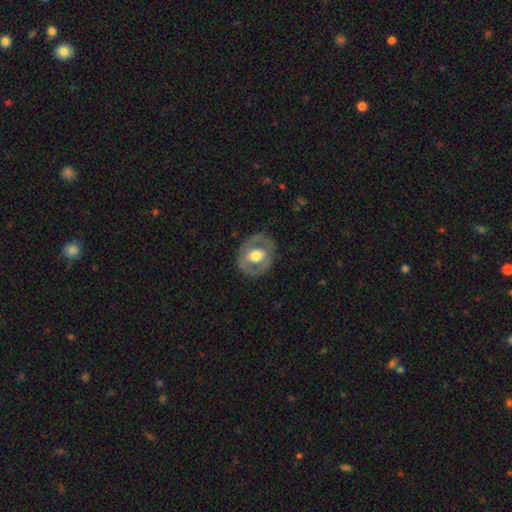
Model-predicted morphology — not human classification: smooth_or_featured: featured or disk (p=0.61) [alt: smooth p=0.34]
disk_edge_on: no (p=0.95) [alt: yes p=0.05]
bar: no (p=0.57) [alt: weak p=0.29]
has_spiral_arms: no (p=0.68) [alt: yes p=0.32]
bulge_size: moderate (p=0.57) [alt: large p=0.34]
merging: none (p=0.76) [alt: minor disturbance p=0.15]